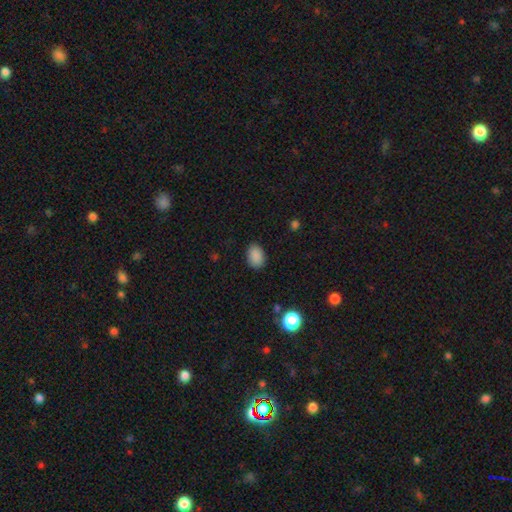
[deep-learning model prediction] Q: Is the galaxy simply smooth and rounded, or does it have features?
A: smooth — 88%.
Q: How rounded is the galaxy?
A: in between — 79%.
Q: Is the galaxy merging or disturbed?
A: none — 86%.